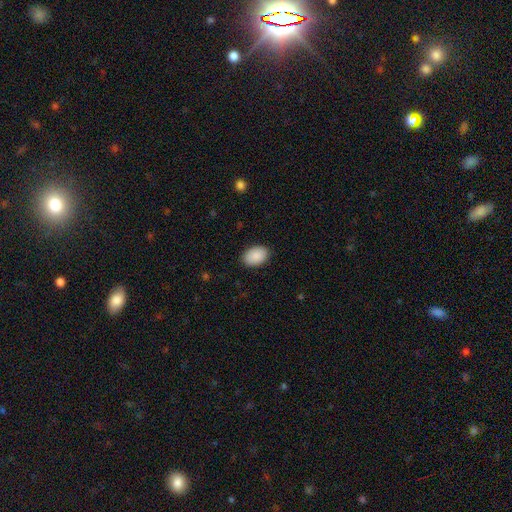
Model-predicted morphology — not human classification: Smooth or featured: smooth — 90% (star or artifact — 7%)
How rounded: in between — 87% (round — 12%)
Merging: none — 88% (minor disturbance — 9%)